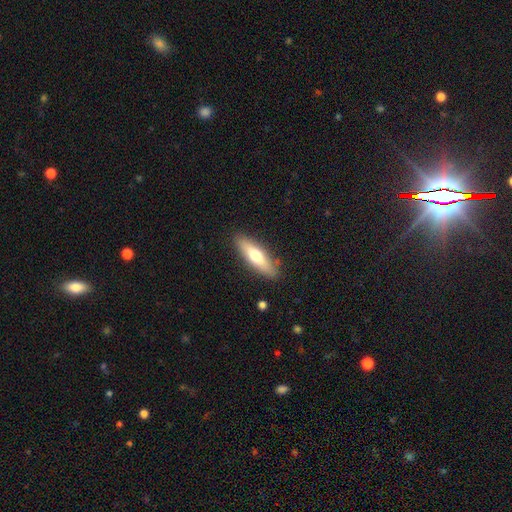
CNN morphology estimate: A smooth galaxy with no disk features (59%) that is cigar-shaped (59%).

Vote fractions:
- Smooth or featured? smooth: 59% / featured or disk: 35% / star or artifact: 6%
- How rounded? cigar-shaped: 59% / in between: 39% / round: 2%
- Merging? none: 87% / minor disturbance: 10% / major disturbance: 2% / merger: 2%